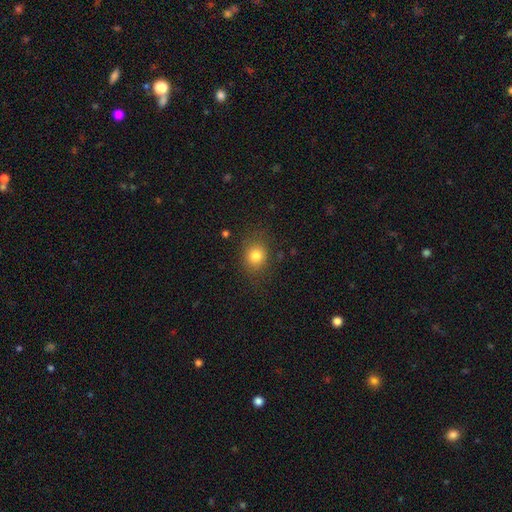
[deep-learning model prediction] Smooth or featured: smooth — 80% (star or artifact — 12%)
How rounded: round — 72% (in between — 27%)
Merging: none — 80% (minor disturbance — 13%)